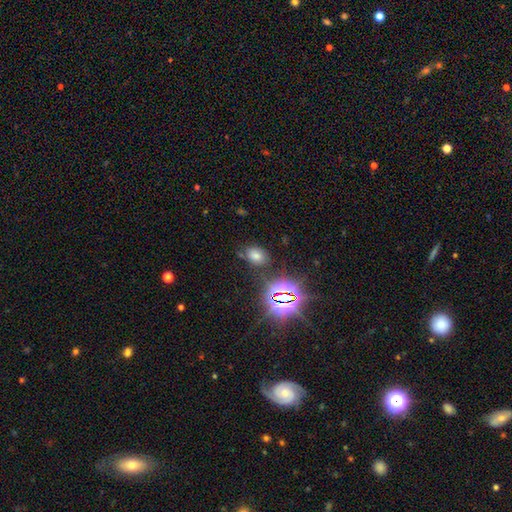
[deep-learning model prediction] This is possibly a smooth galaxy (57%). How rounded: likely in between (68%). Merging: likely none (78%).